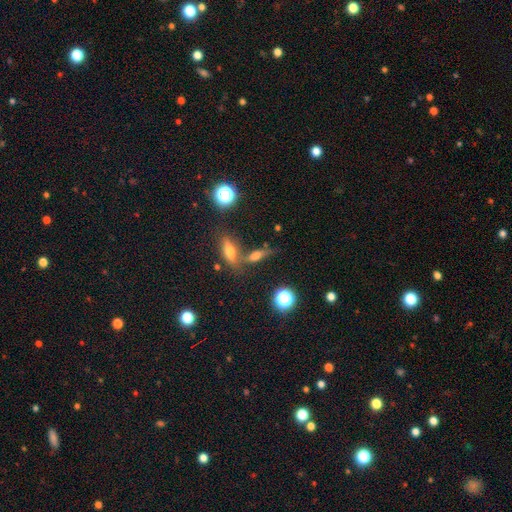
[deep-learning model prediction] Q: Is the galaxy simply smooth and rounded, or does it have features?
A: smooth — 57%.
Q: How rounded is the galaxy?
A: in between — 49%.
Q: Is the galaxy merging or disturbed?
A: none — 51%.